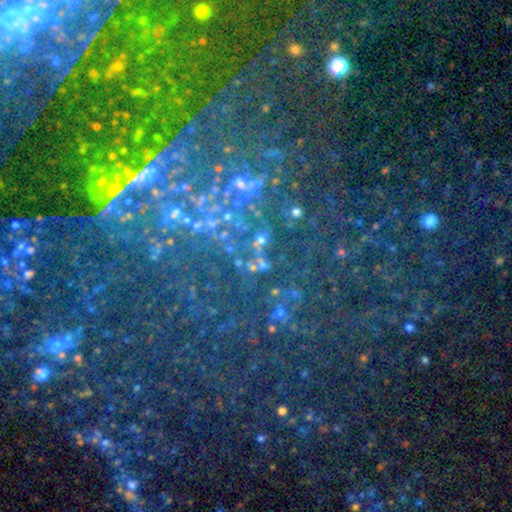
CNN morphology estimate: Q: Smooth or featured?
A: star or artifact (75%); runner-up: smooth (14%)